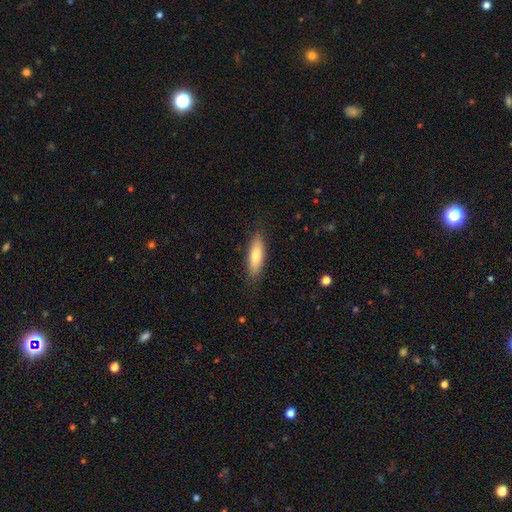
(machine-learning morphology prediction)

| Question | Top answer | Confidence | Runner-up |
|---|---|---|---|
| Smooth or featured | smooth | 73% | featured or disk (20%) |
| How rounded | in between | 49% | tied: cigar-shaped (49%) |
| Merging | none | 85% | minor disturbance (12%) |